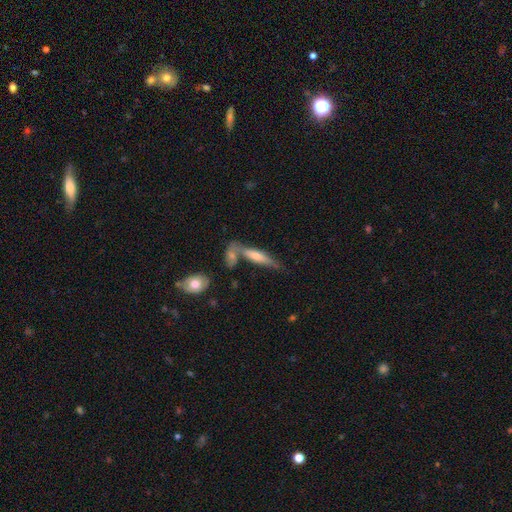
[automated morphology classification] smooth-or-featured: featured or disk: 49% | smooth: 43% | star or artifact: 7%
  merging: none: 57% | merger: 23% | minor disturbance: 15% | major disturbance: 5%